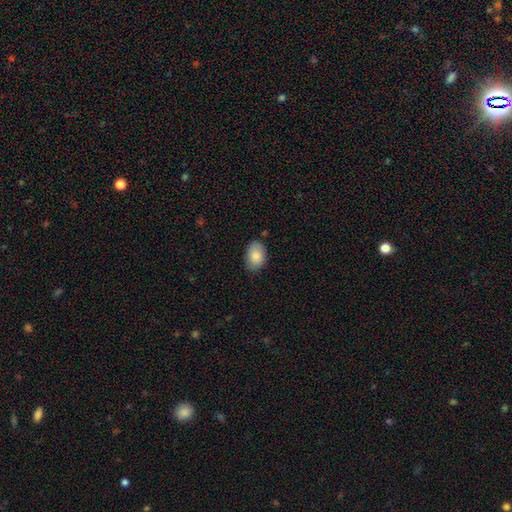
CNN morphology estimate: smooth 86%, featured or disk 8%, star or artifact 6%. Down the decision tree: how rounded — in between (85%); merging — none (79%).